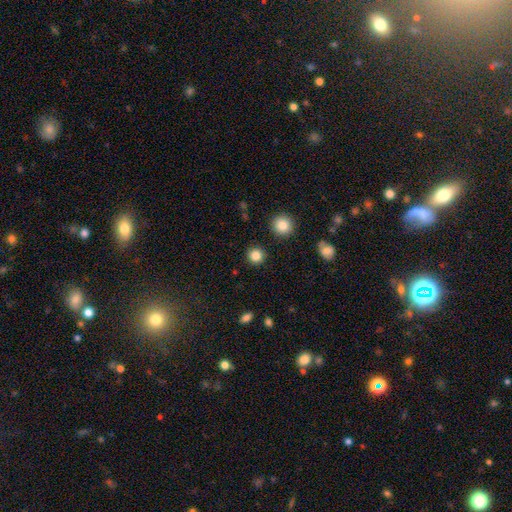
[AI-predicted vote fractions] Q: Smooth or featured?
A: smooth (84%); runner-up: star or artifact (11%)
Q: How rounded?
A: round (94%); runner-up: in between (5%)
Q: Merging?
A: none (91%); runner-up: minor disturbance (5%)